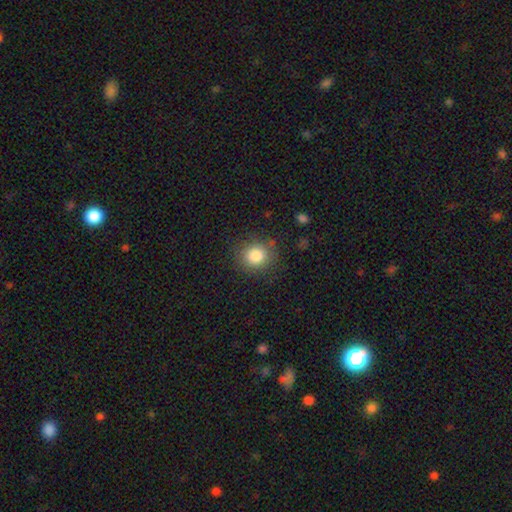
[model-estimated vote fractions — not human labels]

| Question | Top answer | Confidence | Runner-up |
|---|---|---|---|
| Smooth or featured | smooth | 83% | star or artifact (10%) |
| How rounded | round | 82% | in between (17%) |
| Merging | none | 83% | minor disturbance (11%) |